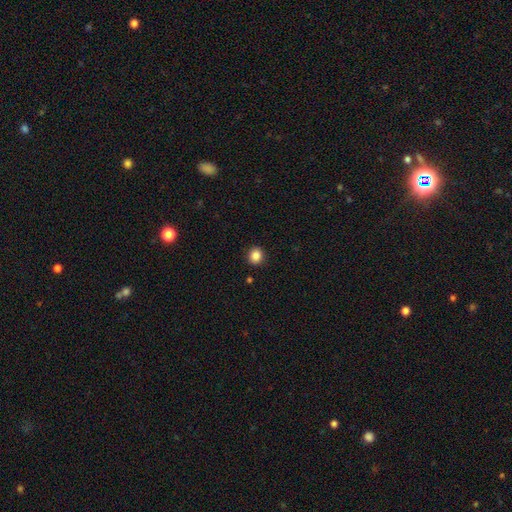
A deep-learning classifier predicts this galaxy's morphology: smooth-or-featured: smooth: 86% | star or artifact: 10% | featured or disk: 4%
  how-rounded: round: 82% | in between: 17% | cigar-shaped: 1%
  merging: none: 92% | minor disturbance: 5% | major disturbance: 2% | merger: 1%